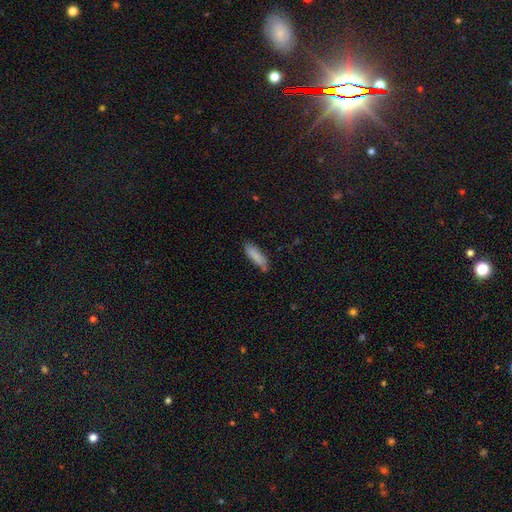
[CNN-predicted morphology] type=smooth (84%); roundness=cigar-shaped (52%); merging=none (72%).